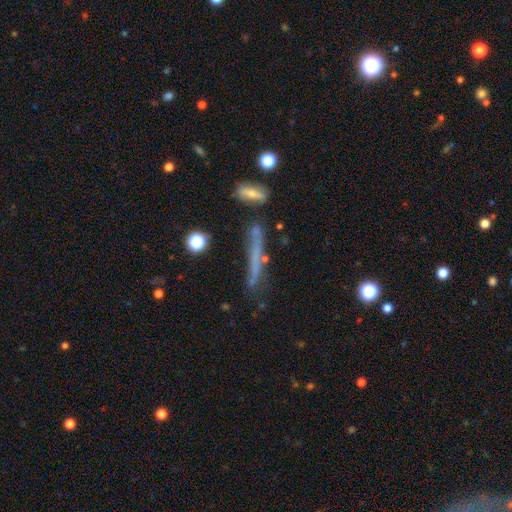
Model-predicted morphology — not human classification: smooth_or_featured: smooth (p=0.44) [alt: featured or disk p=0.39]
merging: none (p=0.62) [alt: minor disturbance p=0.18]